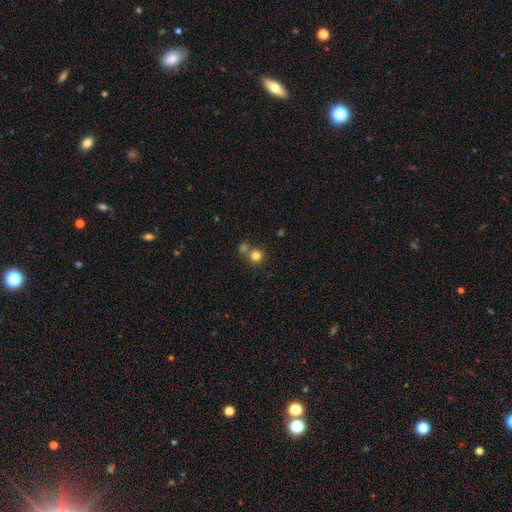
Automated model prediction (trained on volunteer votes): A smooth galaxy with no disk features (81%) that is round (92%). Merging: none (64%).